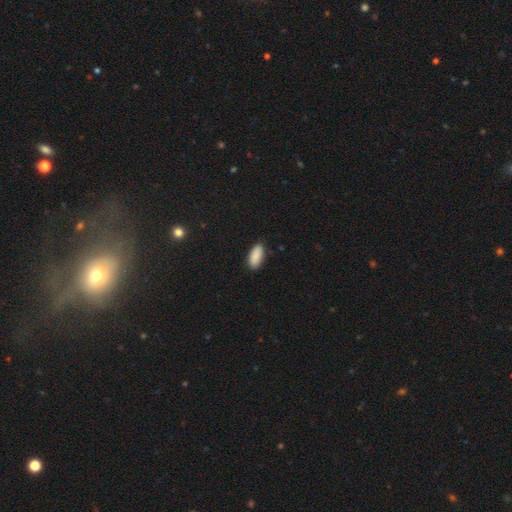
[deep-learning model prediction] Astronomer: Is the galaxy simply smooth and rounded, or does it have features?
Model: smooth — 90%.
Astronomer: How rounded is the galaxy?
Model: in between — 90%.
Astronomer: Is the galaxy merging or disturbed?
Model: none — 86%.